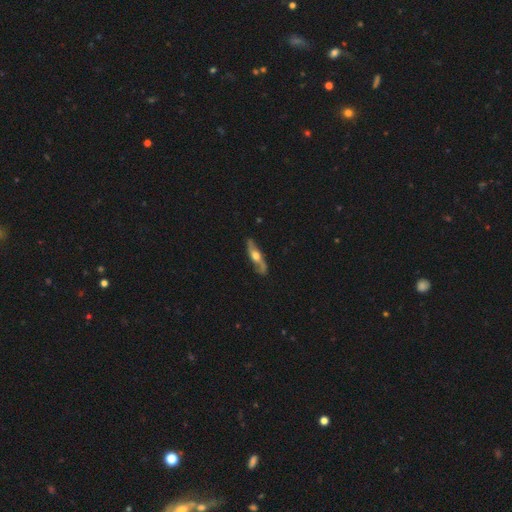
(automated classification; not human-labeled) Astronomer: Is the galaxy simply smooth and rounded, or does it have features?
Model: featured or disk — 65%.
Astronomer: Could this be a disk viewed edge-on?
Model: yes — 59% (runner-up: no, 41%).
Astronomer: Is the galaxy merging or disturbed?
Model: none — 80%.